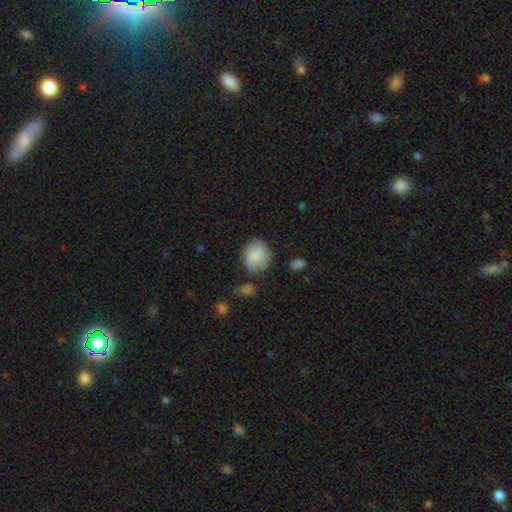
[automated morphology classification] A smooth galaxy with no disk features (80%) that is round (65%). Merging: none (69%).